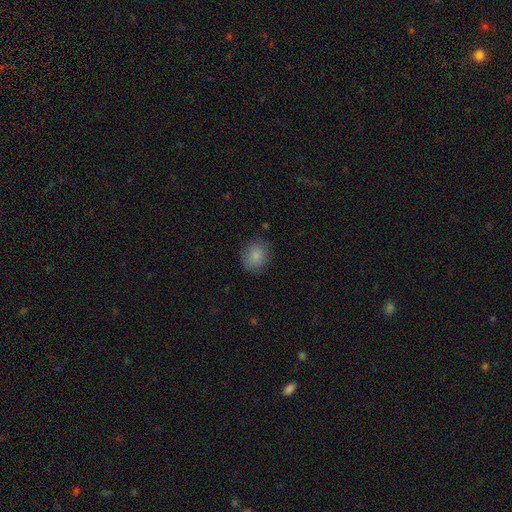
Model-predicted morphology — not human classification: Smooth or featured: smooth — 86% (star or artifact — 8%)
How rounded: round — 73% (in between — 26%)
Merging: none — 82% (minor disturbance — 13%)